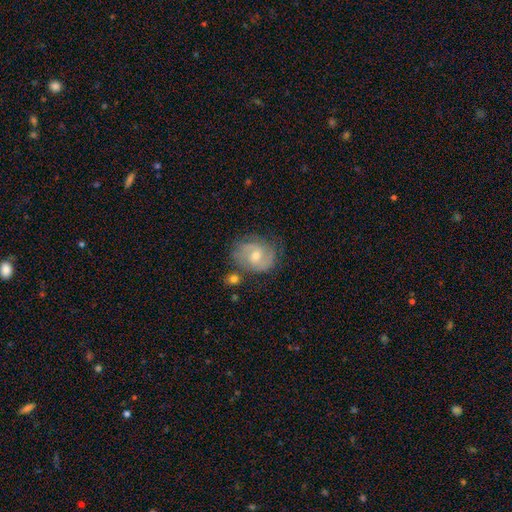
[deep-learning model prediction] Morphology: type=featured or disk (63%); edge-on=no (97%); bar=no (49%); spiral arms=yes (82%); winding=tight (42%); arm count=2 (64%); bulge=moderate (66%); merging=none (66%).